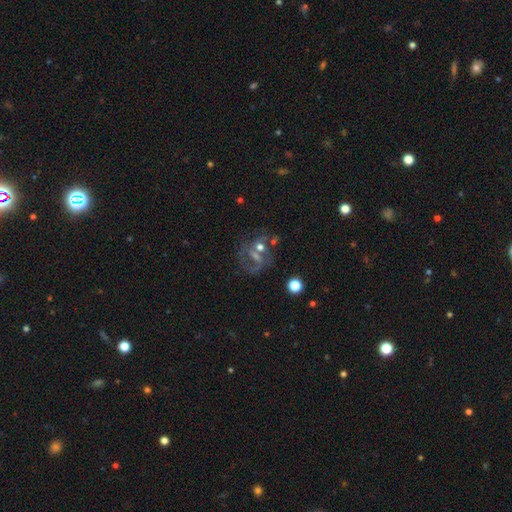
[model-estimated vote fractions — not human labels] Smooth or featured?
  - featured or disk: 60% *
  - star or artifact: 22%
  - smooth: 18%
Edge-on disk?
  - no: 96% *
  - yes: 4%
Bar?
  - no: 46% *
  - weak: 38%
  - strong: 16%
Spiral arms?
  - yes: 65% *
  - no: 35%
Bulge size?
  - moderate: 43% *
  - small: 37%
  - none: 13%
  - large: 5%
  - dominant: 2%
Merging?
  - none: 43% *
  - major disturbance: 22%
  - merger: 21%
  - minor disturbance: 15%